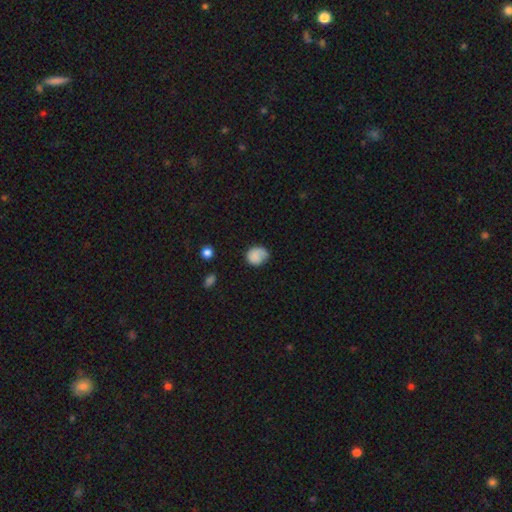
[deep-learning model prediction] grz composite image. It shows a smooth galaxy with no disk features (76%) that is round (71%). Merging: none (56%).